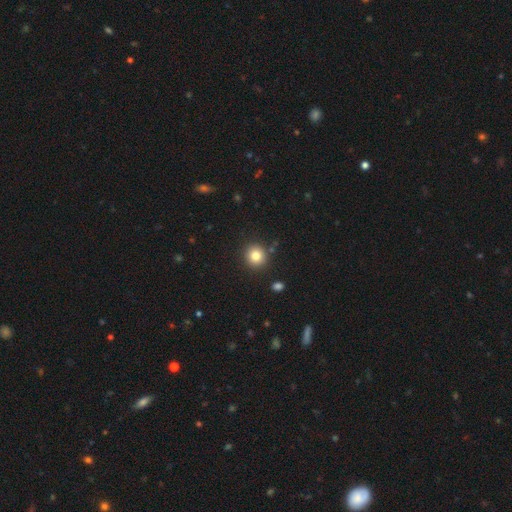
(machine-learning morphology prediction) Overall: smooth (82%). How rounded: round (91%). Merging: none (88%).